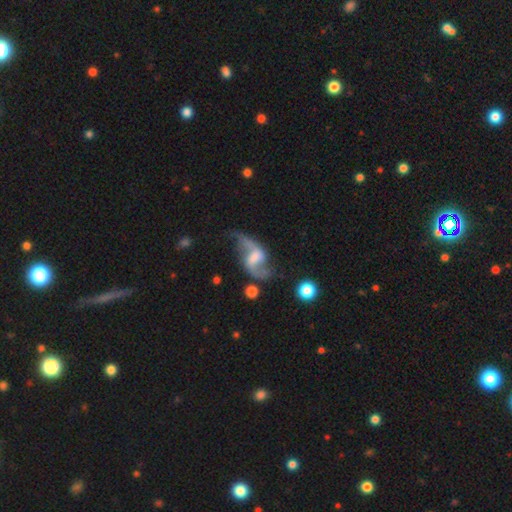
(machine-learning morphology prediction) Overall: featured or disk (86%). Edge-on disk: no (97%). Bar: weak (50%; strong 32%). Spiral arms: yes (94%). Spiral arm count: 2 (92%). Spiral winding: loose (80%). Bulge size: moderate (30%, tied with none). Merging: none (61%).